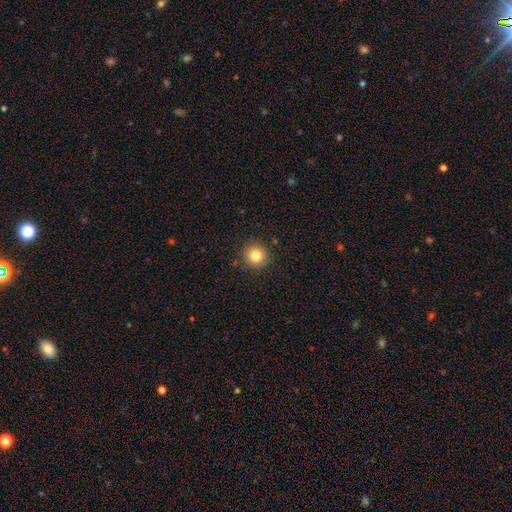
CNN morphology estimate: A smooth galaxy with no disk features (82%) that is round (94%). Merging: none (89%).